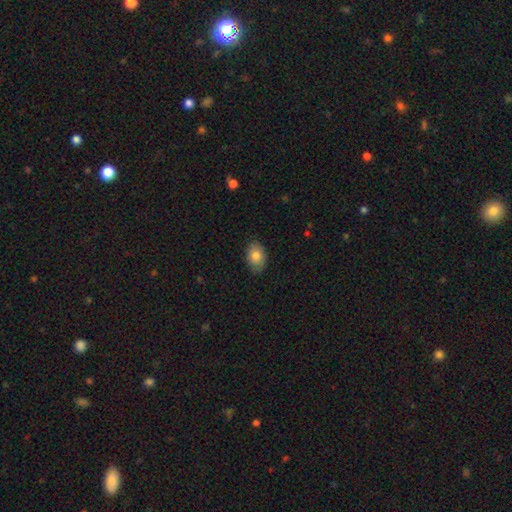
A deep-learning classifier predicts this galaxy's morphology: This is clearly a smooth galaxy (81%). How rounded: clearly in between (85%). Merging: clearly none (83%).